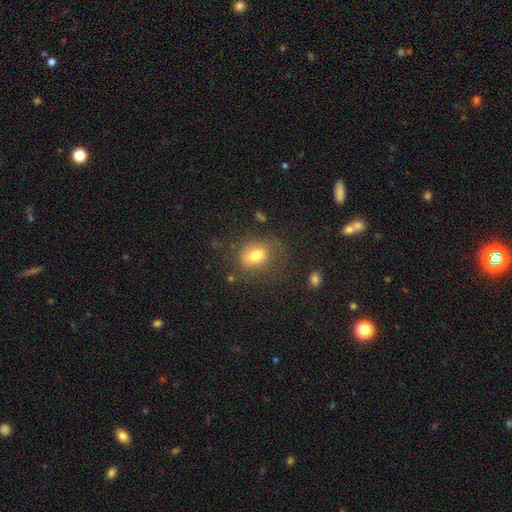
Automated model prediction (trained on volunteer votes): This appears to be a smooth galaxy with no disk features (77%) that is round (55%). Merging: none (60%).